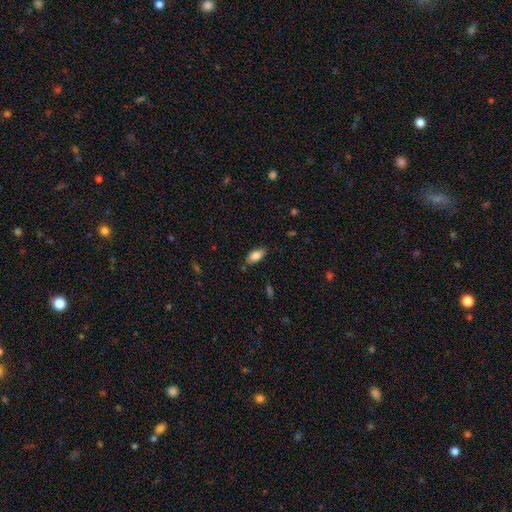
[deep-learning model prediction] This is clearly a smooth galaxy (84%). How rounded: clearly in between (91%). Merging: clearly none (81%).